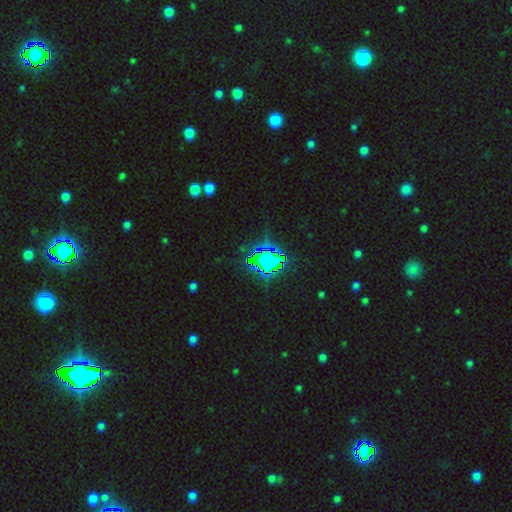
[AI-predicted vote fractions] The model was most divided on "smooth or featured": star or artifact: 74%, smooth: 16%, featured or disk: 10%.